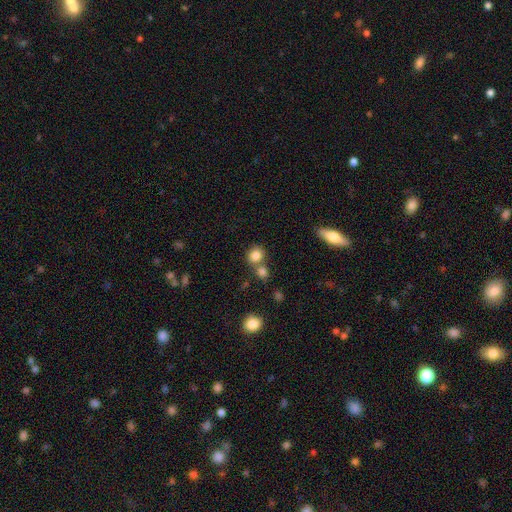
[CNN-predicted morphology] Smooth or featured? smooth (83%)
How rounded? round (78%)
Merging? none (57%)